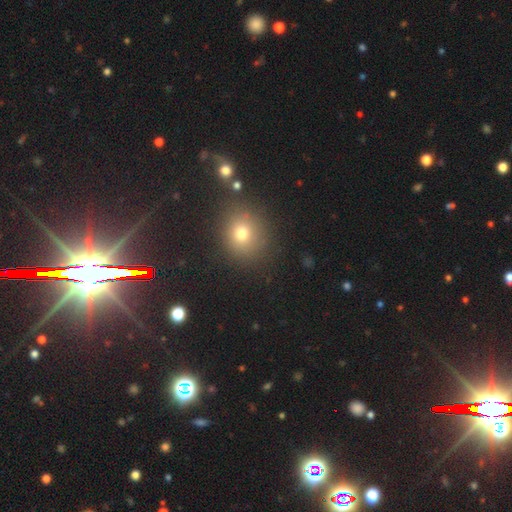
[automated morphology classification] Smooth or featured?
  - smooth: 53% *
  - star or artifact: 37%
  - featured or disk: 11%
How rounded?
  - round: 78% *
  - in between: 21%
  - cigar-shaped: 2%
Merging?
  - none: 86% *
  - minor disturbance: 8%
  - major disturbance: 3%
  - merger: 3%